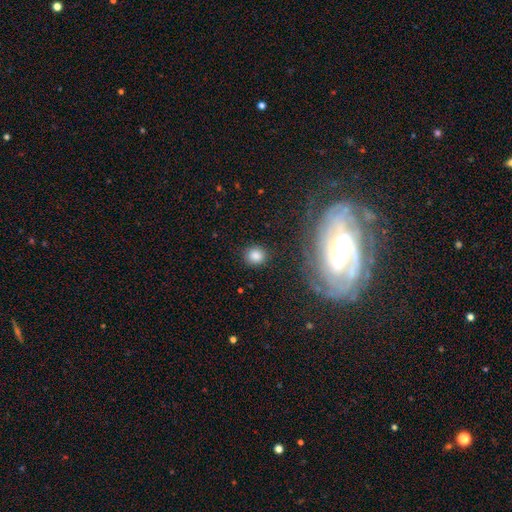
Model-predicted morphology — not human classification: This appears to be a smooth galaxy with no disk features (83%) that is round (80%). Merging: none (88%).